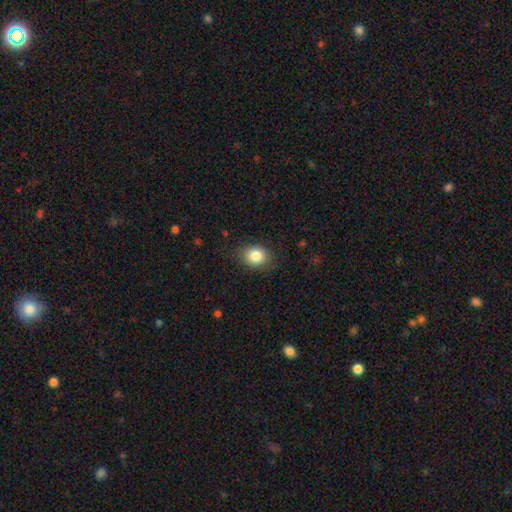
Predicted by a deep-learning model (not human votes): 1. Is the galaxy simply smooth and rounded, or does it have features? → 84% smooth, 10% star or artifact, 7% featured or disk.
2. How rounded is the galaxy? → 53% round, 46% in between, 1% cigar-shaped.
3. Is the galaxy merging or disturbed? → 82% none, 13% minor disturbance, 4% major disturbance, 1% merger.